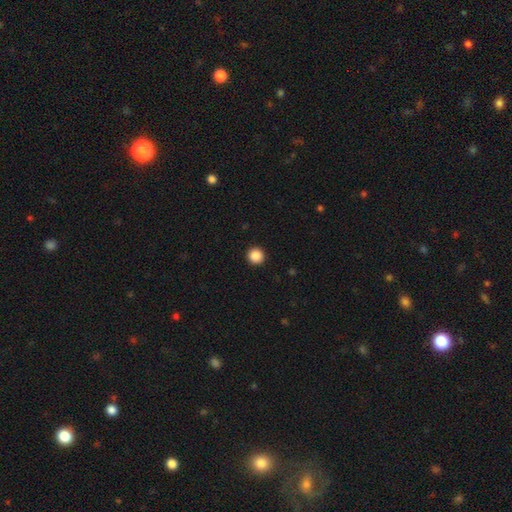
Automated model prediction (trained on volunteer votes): smooth 88%, star or artifact 10%, featured or disk 2%. Down the decision tree: how rounded — round (95%); merging — none (93%).